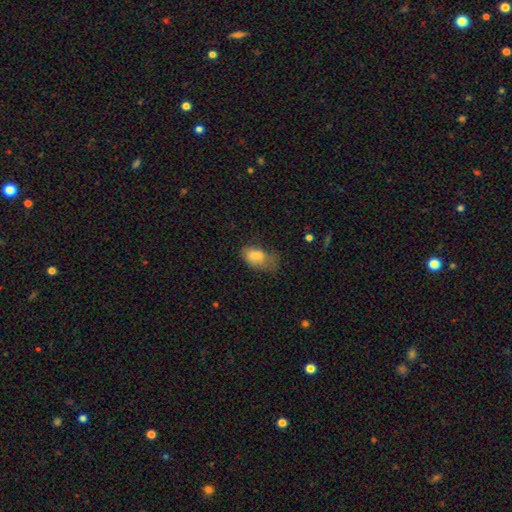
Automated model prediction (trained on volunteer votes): Smooth or featured: smooth — 76% (featured or disk — 15%)
How rounded: in between — 91% (round — 7%)
Merging: minor disturbance — 37% (none — 33%)